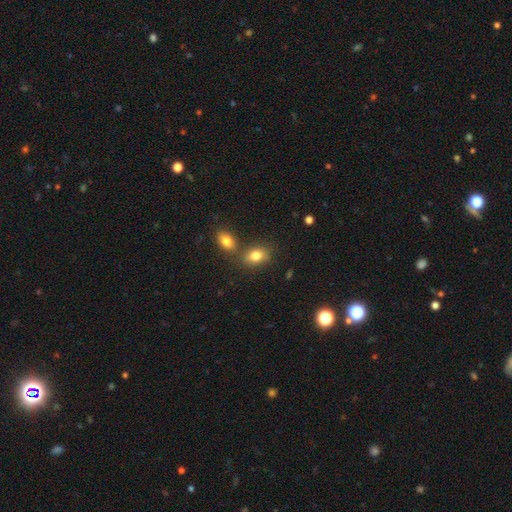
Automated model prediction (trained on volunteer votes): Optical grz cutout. It shows a smooth galaxy with no disk features (81%) that is in between round and cigar-shaped (78%). Merging: none (60%).